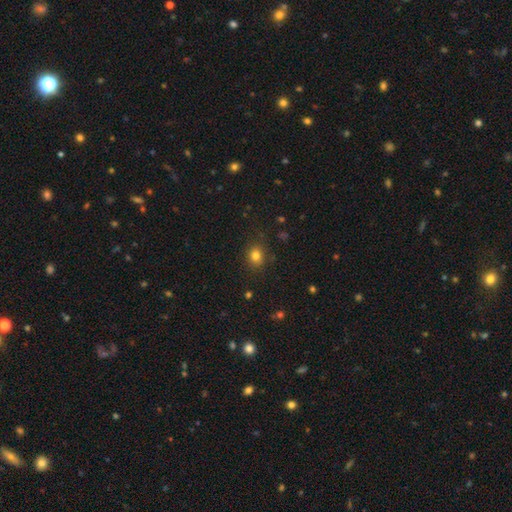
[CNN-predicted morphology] This is clearly a smooth galaxy (81%). How rounded: likely round (63%). Merging: clearly none (85%).